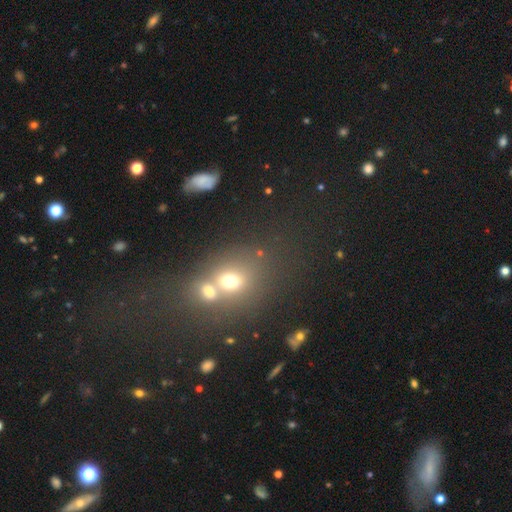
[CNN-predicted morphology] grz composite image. It shows a smooth galaxy with no disk features (50%) that is round (57%). Merging: merger (52%).